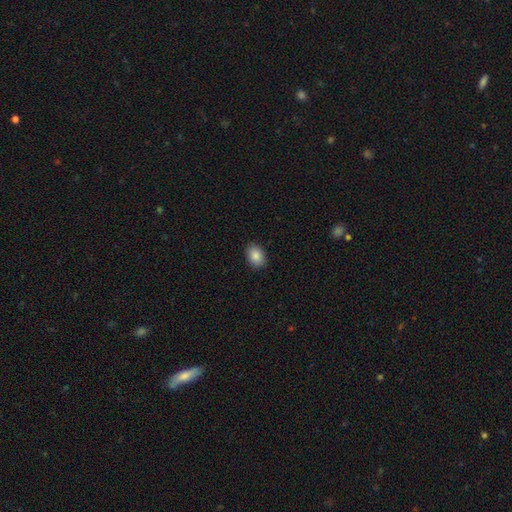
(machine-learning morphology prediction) The model was most divided on "how rounded": in between: 80%, round: 18%, cigar-shaped: 1%. More confident: merging — none (89%); smooth or featured — smooth (88%).